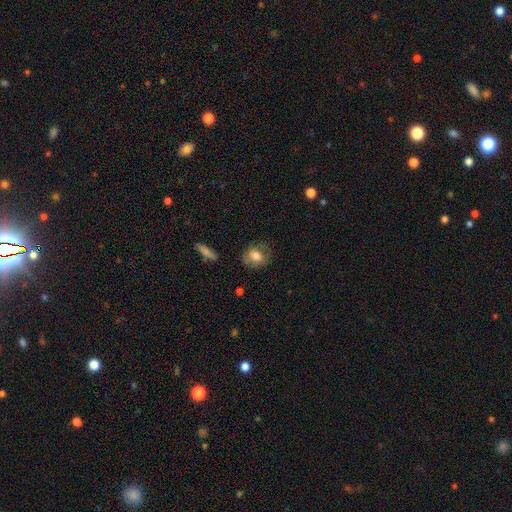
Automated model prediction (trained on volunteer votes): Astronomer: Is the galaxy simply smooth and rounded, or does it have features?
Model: smooth — 69%.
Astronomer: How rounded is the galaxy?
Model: round — 63%.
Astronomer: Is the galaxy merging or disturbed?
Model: none — 72%.